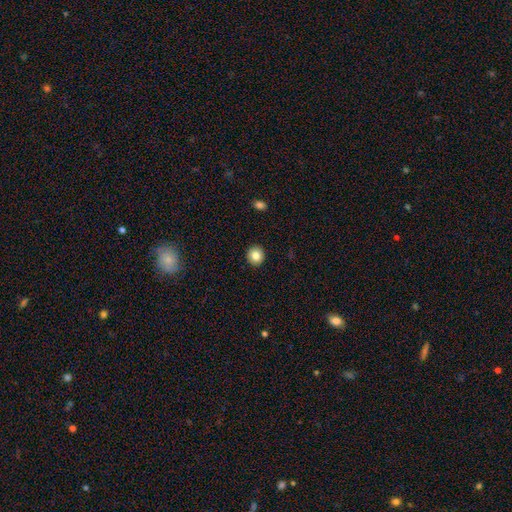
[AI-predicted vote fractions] Smooth or featured? Predicted: smooth (p=0.82). How rounded? Predicted: round (p=0.92). Merging? Predicted: none (p=0.93).